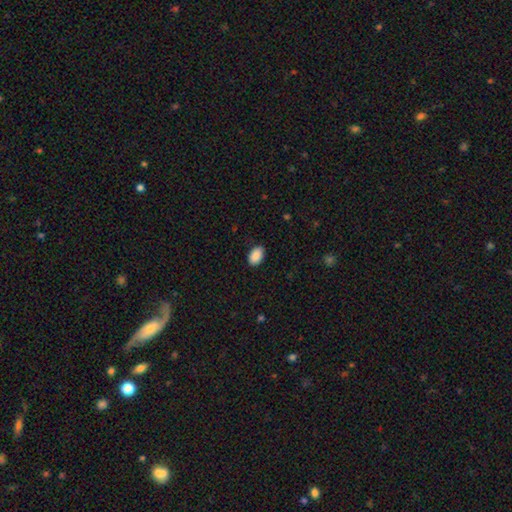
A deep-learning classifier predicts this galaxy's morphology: smooth-or-featured: smooth: 90% | star or artifact: 7% | featured or disk: 3%
  how-rounded: in between: 92% | round: 7% | cigar-shaped: 1%
  merging: none: 87% | minor disturbance: 10% | major disturbance: 2% | merger: 1%